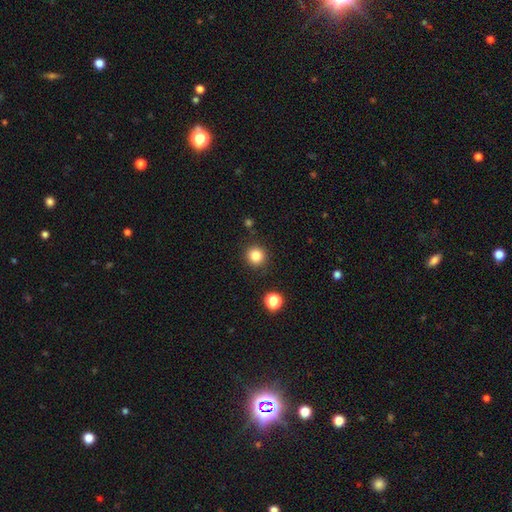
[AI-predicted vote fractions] Q: Smooth or featured?
A: smooth (83%); runner-up: star or artifact (12%)
Q: How rounded?
A: round (93%); runner-up: in between (6%)
Q: Merging?
A: none (89%); runner-up: minor disturbance (7%)